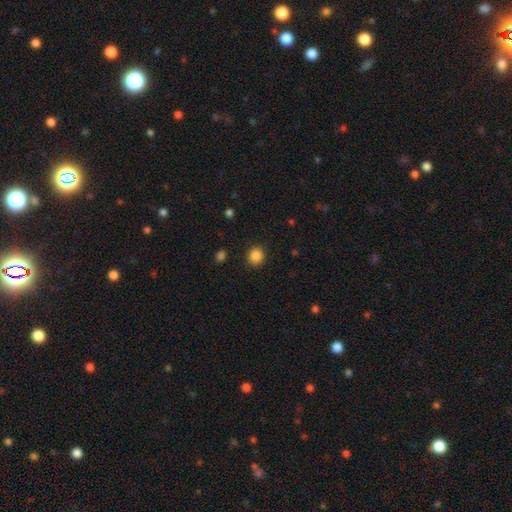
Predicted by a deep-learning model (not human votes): Smooth or featured?
  - smooth: 87% *
  - star or artifact: 10%
  - featured or disk: 3%
How rounded?
  - round: 83% *
  - in between: 16%
  - cigar-shaped: 1%
Merging?
  - none: 90% *
  - minor disturbance: 6%
  - major disturbance: 2%
  - merger: 1%